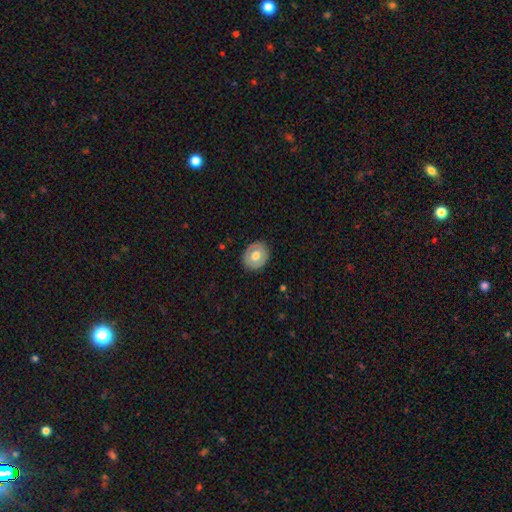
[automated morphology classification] Smooth or featured? smooth (57%)
How rounded? round (69%)
Merging? none (85%)